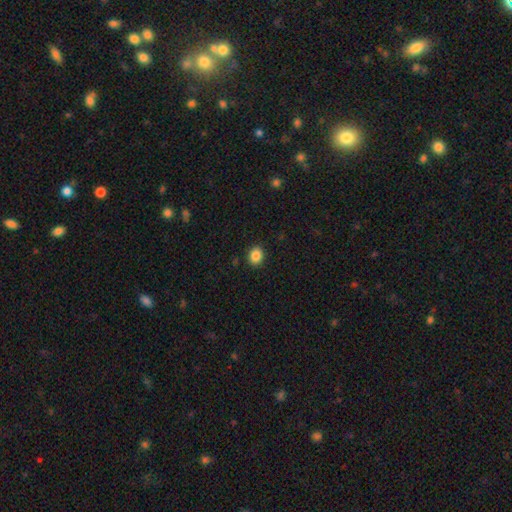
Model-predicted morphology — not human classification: Smooth or featured? Predicted: smooth (p=0.87). How rounded? Predicted: round (p=0.59). Merging? Predicted: none (p=0.90).